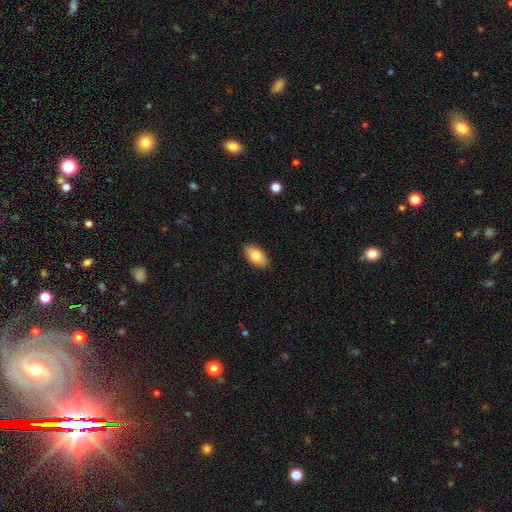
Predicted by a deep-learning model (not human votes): Morphology: type=smooth (82%); roundness=in between (94%); merging=none (88%).